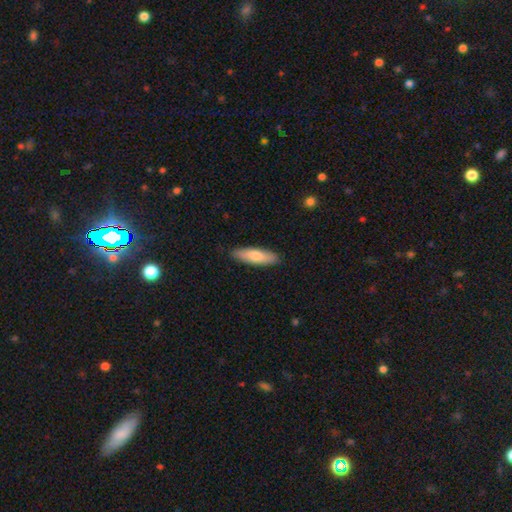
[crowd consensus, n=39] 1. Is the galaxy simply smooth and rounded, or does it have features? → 82% smooth, 18% featured or disk, 0% star or artifact.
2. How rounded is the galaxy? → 53% cigar-shaped, 47% in between, 0% round.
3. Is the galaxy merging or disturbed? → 90% none, 5% minor disturbance, 3% major disturbance, 3% merger.